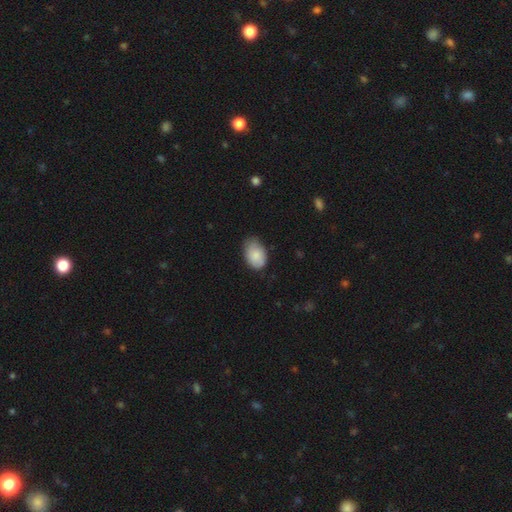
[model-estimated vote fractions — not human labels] Smooth or featured? smooth (84%)
How rounded? in between (87%)
Merging? none (59%)